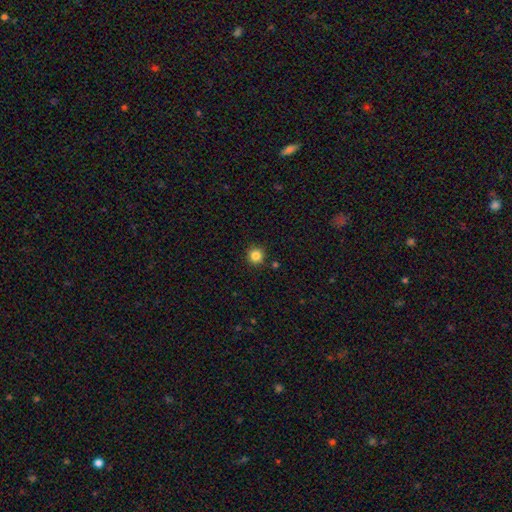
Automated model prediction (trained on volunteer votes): A smooth galaxy with no disk features (84%) that is round (95%). Merging: none (90%).